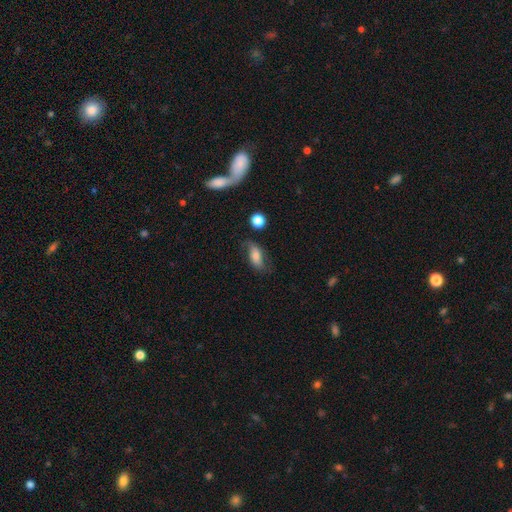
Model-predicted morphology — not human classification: smooth 61%, featured or disk 30%, star or artifact 9%. Down the decision tree: how rounded — in between (80%); merging — none (59%).